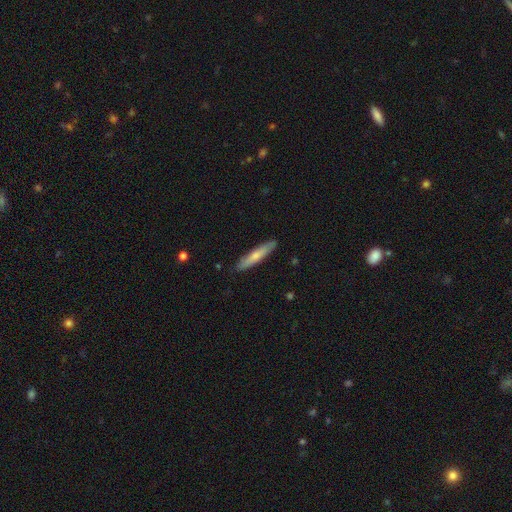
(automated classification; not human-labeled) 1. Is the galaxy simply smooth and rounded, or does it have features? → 64% smooth, 30% featured or disk, 5% star or artifact.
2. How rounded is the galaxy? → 89% cigar-shaped, 10% in between, 1% round.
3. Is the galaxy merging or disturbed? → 87% none, 10% minor disturbance, 2% major disturbance, 1% merger.